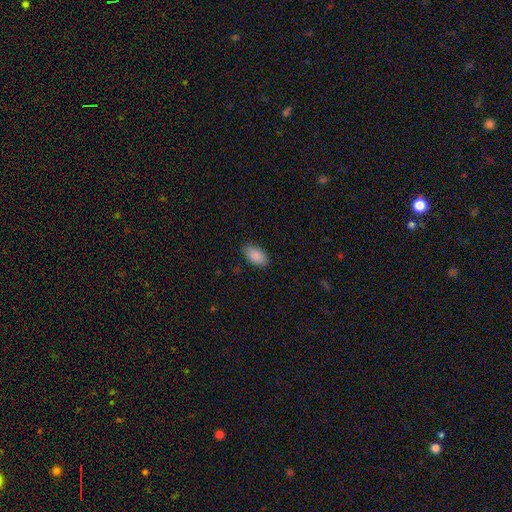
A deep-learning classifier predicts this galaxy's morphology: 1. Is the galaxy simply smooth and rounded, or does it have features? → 89% smooth, 7% star or artifact, 4% featured or disk.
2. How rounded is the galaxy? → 94% in between, 3% round, 2% cigar-shaped.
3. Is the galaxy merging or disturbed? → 85% none, 12% minor disturbance, 3% major disturbance, 1% merger.